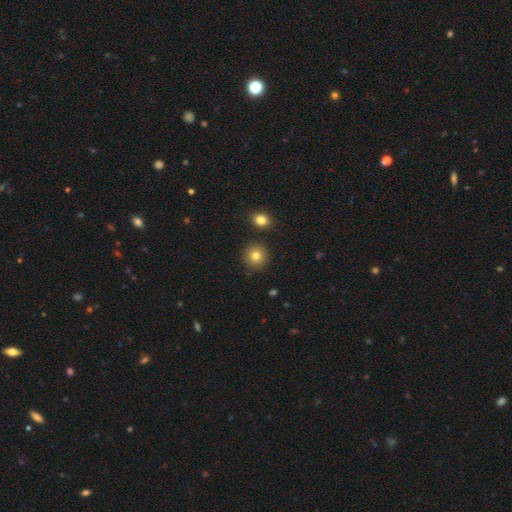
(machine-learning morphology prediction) This is clearly a smooth galaxy (81%). How rounded: clearly round (91%). Merging: clearly none (88%).